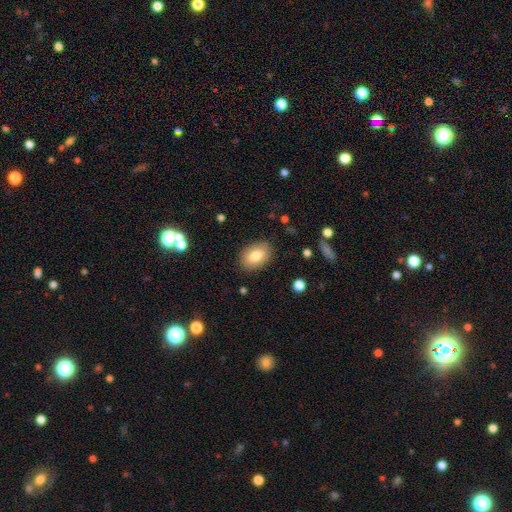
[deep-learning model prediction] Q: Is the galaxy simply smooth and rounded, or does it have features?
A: smooth — 81%.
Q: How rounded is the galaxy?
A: in between — 84%.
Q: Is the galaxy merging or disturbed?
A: none — 85%.